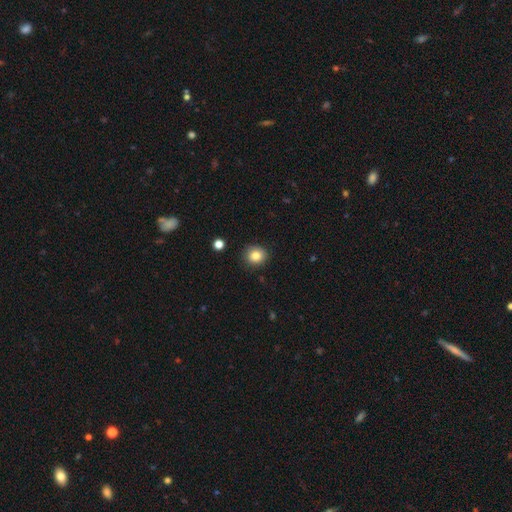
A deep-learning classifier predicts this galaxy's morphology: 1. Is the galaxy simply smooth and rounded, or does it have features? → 83% smooth, 11% star or artifact, 7% featured or disk.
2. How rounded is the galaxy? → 83% round, 16% in between, 1% cigar-shaped.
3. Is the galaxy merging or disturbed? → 89% none, 8% minor disturbance, 2% major disturbance, 1% merger.